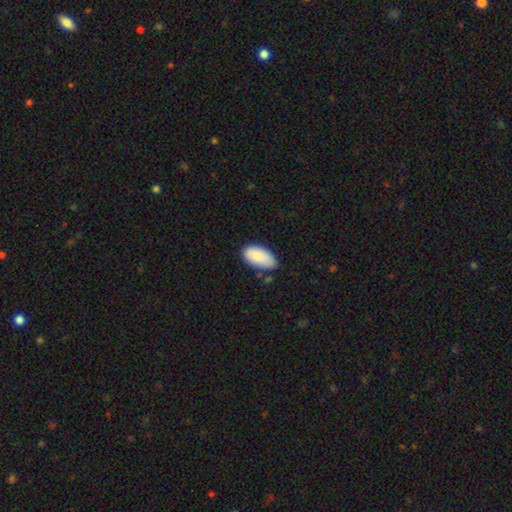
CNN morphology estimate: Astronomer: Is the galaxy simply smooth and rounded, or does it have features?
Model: smooth — 83%.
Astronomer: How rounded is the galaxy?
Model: in between — 95%.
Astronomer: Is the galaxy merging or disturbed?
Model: none — 65%.